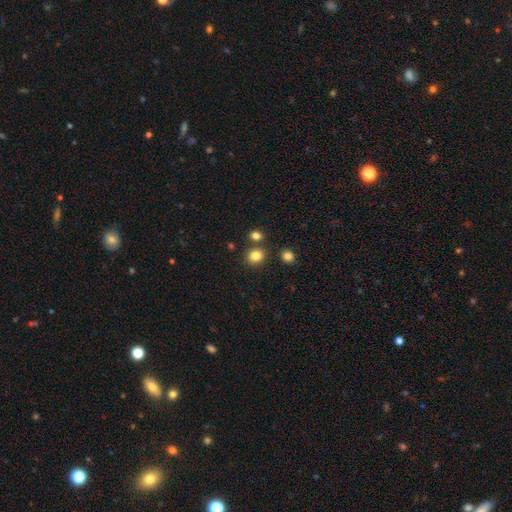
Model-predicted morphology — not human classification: Overall: smooth (84%). How rounded: round (66%; in between 33%). Merging: none (77%).